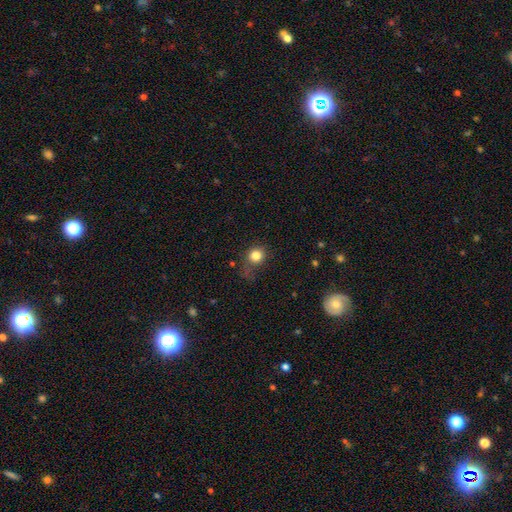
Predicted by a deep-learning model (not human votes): A smooth galaxy with no disk features (81%) that is round (84%). Merging: none (61%).